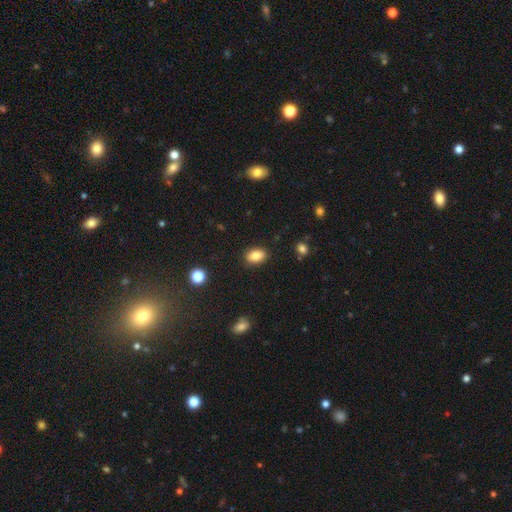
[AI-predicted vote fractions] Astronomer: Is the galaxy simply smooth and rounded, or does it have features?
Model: smooth — 85%.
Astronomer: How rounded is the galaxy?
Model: in between — 87%.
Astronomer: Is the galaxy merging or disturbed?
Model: none — 87%.